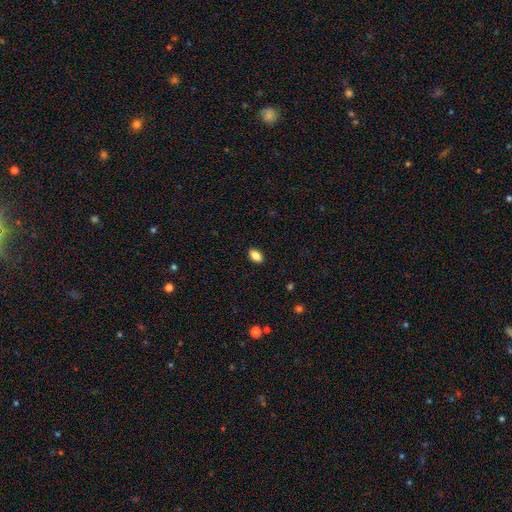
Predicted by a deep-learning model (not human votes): A smooth galaxy with no disk features (86%) that is in between round and cigar-shaped (90%). Merging: none (89%).